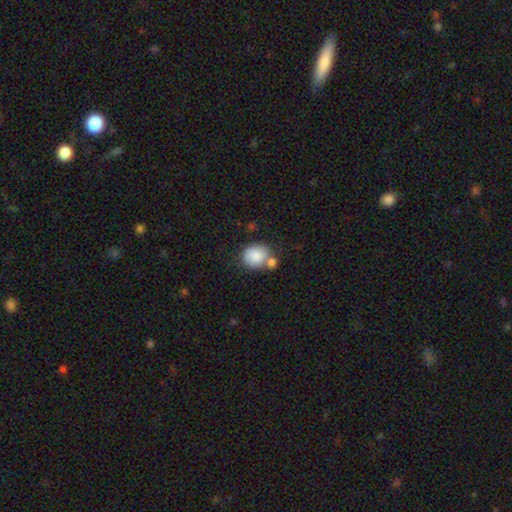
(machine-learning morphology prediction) Smooth or featured?
  - smooth: 83% *
  - featured or disk: 9%
  - star or artifact: 8%
How rounded?
  - round: 73% *
  - in between: 26%
  - cigar-shaped: 1%
Merging?
  - none: 53% *
  - merger: 28%
  - minor disturbance: 14%
  - major disturbance: 4%